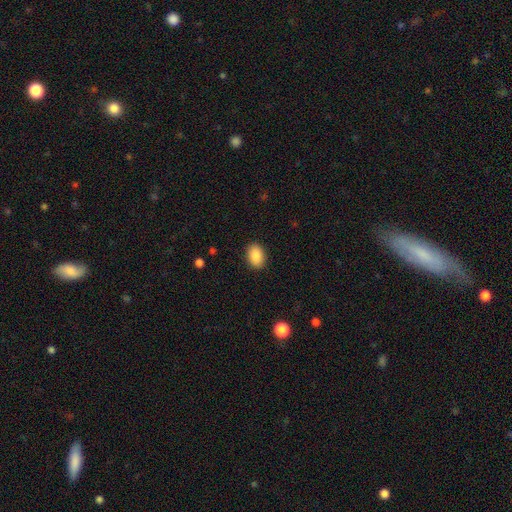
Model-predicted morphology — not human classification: Smooth or featured: smooth — 89% (star or artifact — 7%)
How rounded: in between — 83% (round — 16%)
Merging: none — 89% (minor disturbance — 8%)